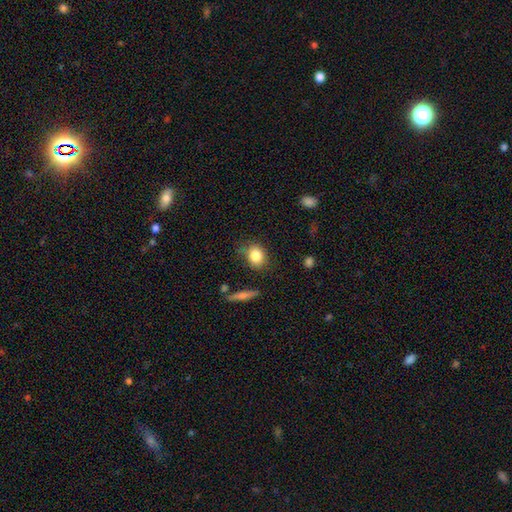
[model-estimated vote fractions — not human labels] smooth-or-featured: smooth: 83% | star or artifact: 9% | featured or disk: 8%
  how-rounded: round: 52% | in between: 46% | cigar-shaped: 2%
  merging: none: 74% | minor disturbance: 18% | major disturbance: 5% | merger: 3%